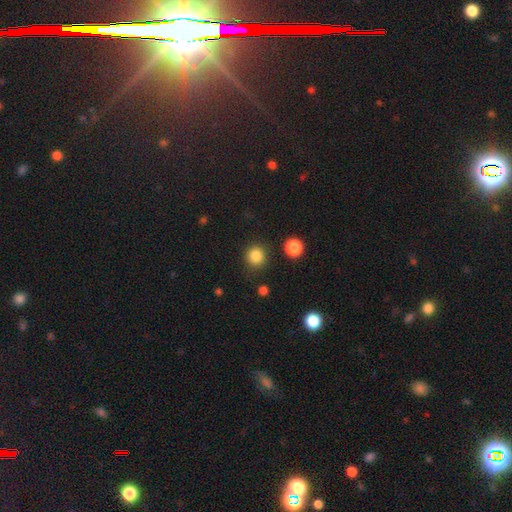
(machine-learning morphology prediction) The model was most divided on "smooth or featured": smooth: 85%, star or artifact: 11%, featured or disk: 4%. More confident: how rounded — round (90%); merging — none (87%).